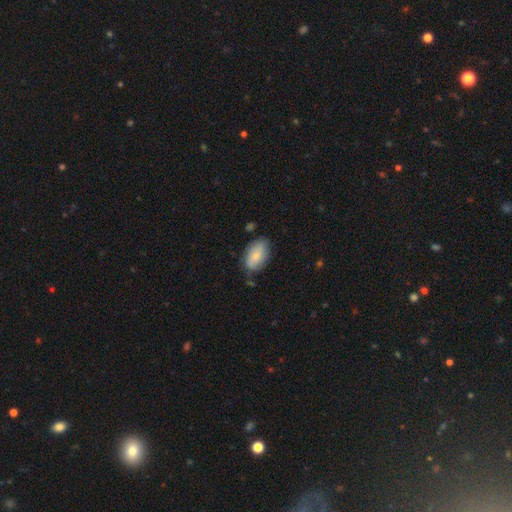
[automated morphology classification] This appears to be a smooth galaxy with no disk features (75%) that is in between round and cigar-shaped (92%). Merging: none (69%).